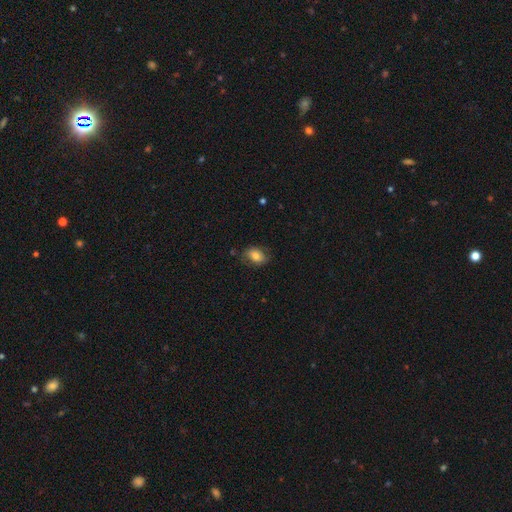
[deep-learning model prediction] A smooth galaxy with no disk features (70%) that is in between round and cigar-shaped (77%). Merging: none (70%).